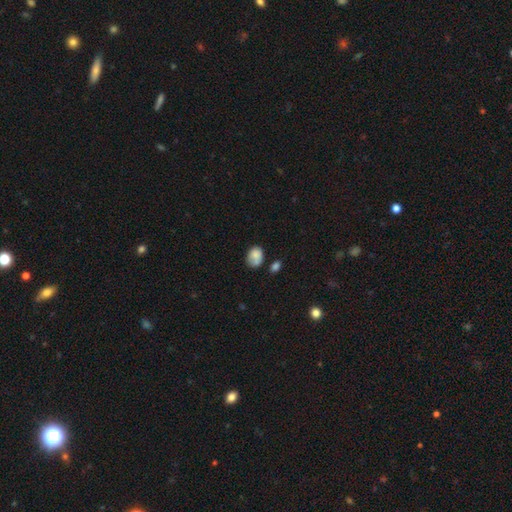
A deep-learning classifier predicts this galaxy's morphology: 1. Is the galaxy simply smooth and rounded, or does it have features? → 79% smooth, 12% featured or disk, 9% star or artifact.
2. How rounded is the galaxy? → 66% in between, 33% round, 1% cigar-shaped.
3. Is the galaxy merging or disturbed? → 44% none, 28% minor disturbance, 18% merger, 10% major disturbance.